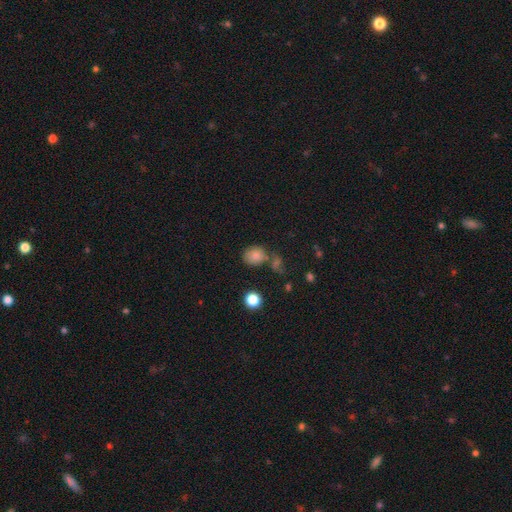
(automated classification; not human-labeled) This is clearly a smooth galaxy (81%). How rounded: possibly round (58%). Merging: possibly none (59%).